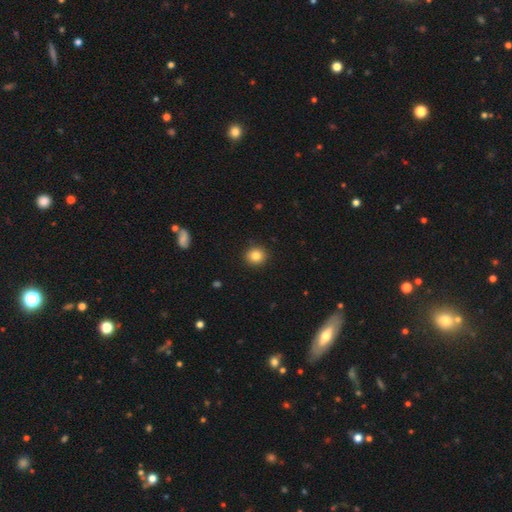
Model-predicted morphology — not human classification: smooth_or_featured: smooth (p=0.84) [alt: star or artifact p=0.10]
how_rounded: round (p=0.85) [alt: in between p=0.14]
merging: none (p=0.91) [alt: minor disturbance p=0.07]